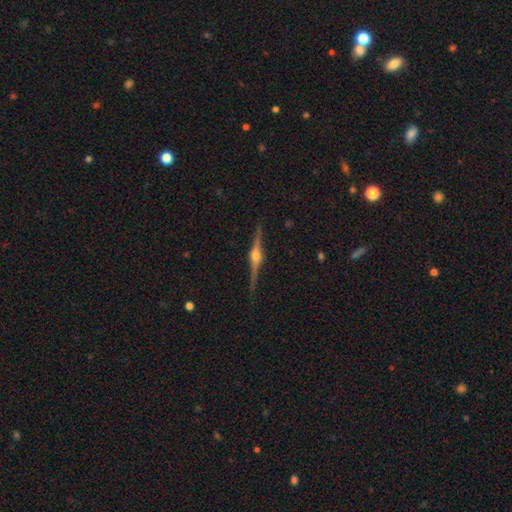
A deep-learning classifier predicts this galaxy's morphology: Smooth or featured?
  - featured or disk: 87% *
  - smooth: 7%
  - star or artifact: 6%
Edge-on disk?
  - yes: 98% *
  - no: 2%
Edge-on bulge?
  - rounded: 95% *
  - boxy: 4%
  - none: 2%
Merging?
  - none: 90% *
  - minor disturbance: 8%
  - major disturbance: 2%
  - merger: 1%